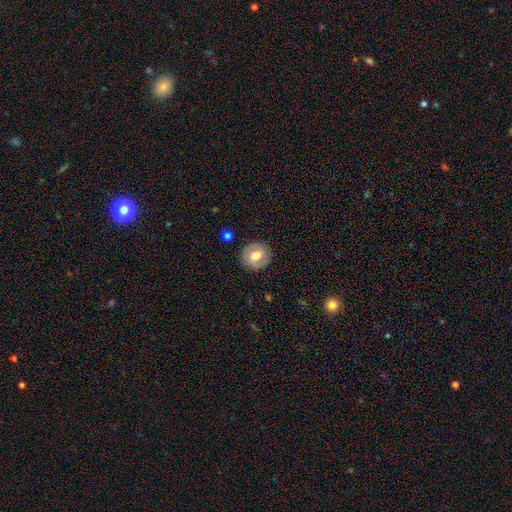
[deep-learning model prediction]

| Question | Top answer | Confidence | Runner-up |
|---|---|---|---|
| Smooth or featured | smooth | 68% | featured or disk (25%) |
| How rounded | round | 89% | in between (10%) |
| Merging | none | 88% | minor disturbance (8%) |